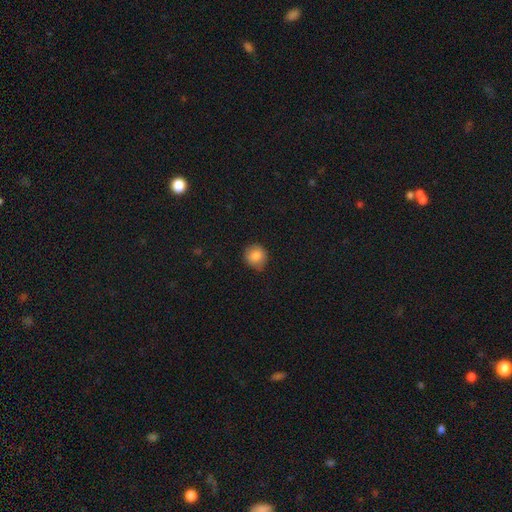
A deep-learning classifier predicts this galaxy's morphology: A smooth galaxy with no disk features (83%) that is round (87%). Merging: none (79%).